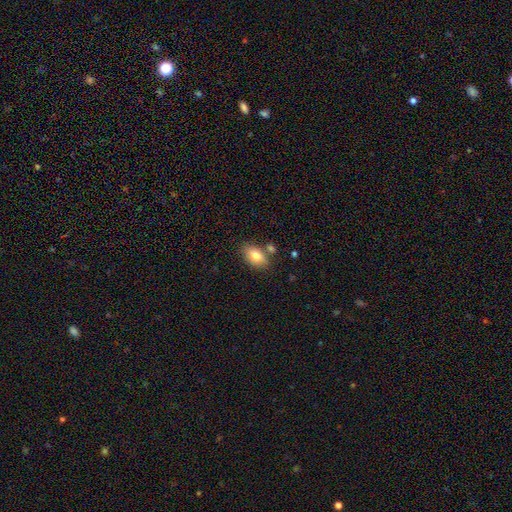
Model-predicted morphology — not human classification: type=smooth (80%); roundness=in between (89%); merging=none (70%).